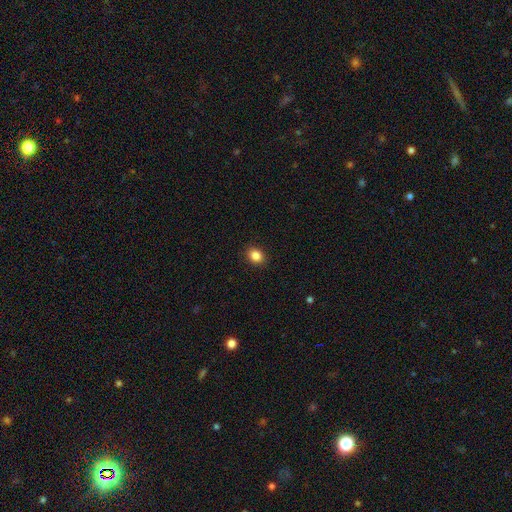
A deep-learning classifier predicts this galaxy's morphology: Smooth or featured?
  - smooth: 85% *
  - star or artifact: 10%
  - featured or disk: 5%
How rounded?
  - round: 55% *
  - in between: 44%
  - cigar-shaped: 1%
Merging?
  - none: 91% *
  - minor disturbance: 7%
  - major disturbance: 2%
  - merger: 1%